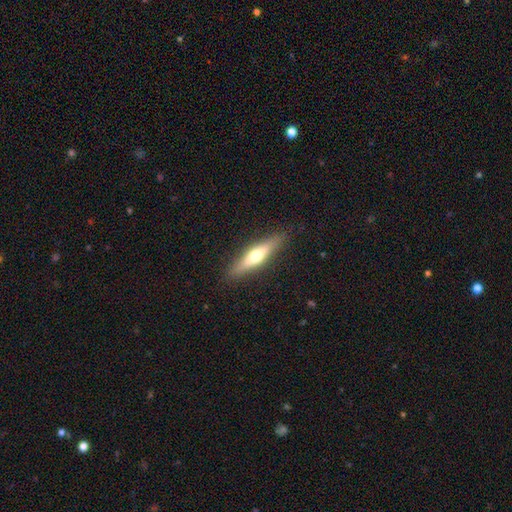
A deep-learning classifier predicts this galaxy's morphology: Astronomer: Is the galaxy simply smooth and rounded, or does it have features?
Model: featured or disk — 47%, tied with smooth at 47%.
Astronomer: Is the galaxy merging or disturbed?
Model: none — 88%.